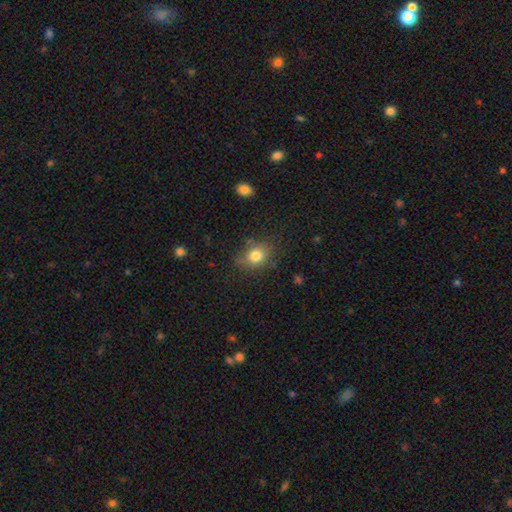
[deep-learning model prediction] smooth_or_featured: smooth (p=0.80) [alt: star or artifact p=0.11]
how_rounded: round (p=0.53) [alt: in between p=0.46]
merging: none (p=0.73) [alt: minor disturbance p=0.19]